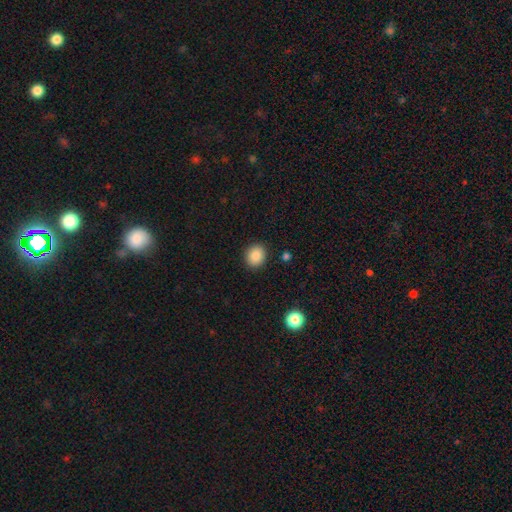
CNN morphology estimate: Smooth or featured? Predicted: smooth (p=0.87). How rounded? Predicted: round (p=0.66). Merging? Predicted: none (p=0.90).